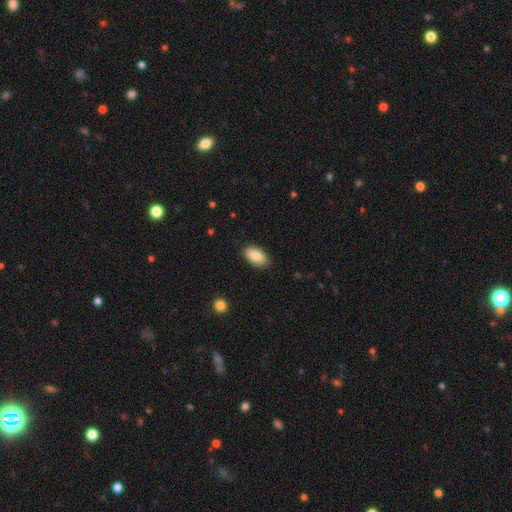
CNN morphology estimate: Smooth or featured? Predicted: smooth (p=0.86). How rounded? Predicted: in between (p=0.93). Merging? Predicted: none (p=0.88).